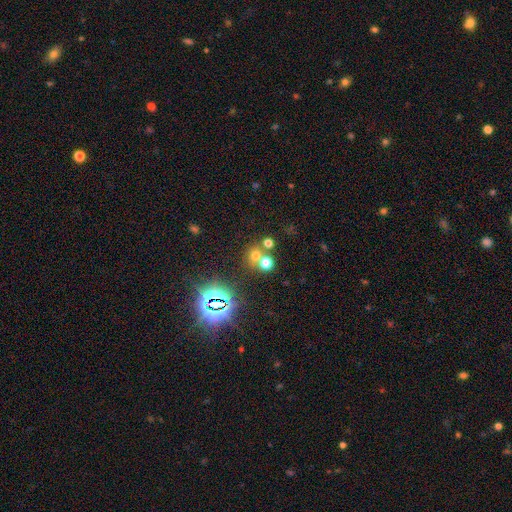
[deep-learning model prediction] Smooth or featured: smooth — 57% (star or artifact — 33%)
How rounded: round — 83% (in between — 15%)
Merging: none — 54% (merger — 35%)